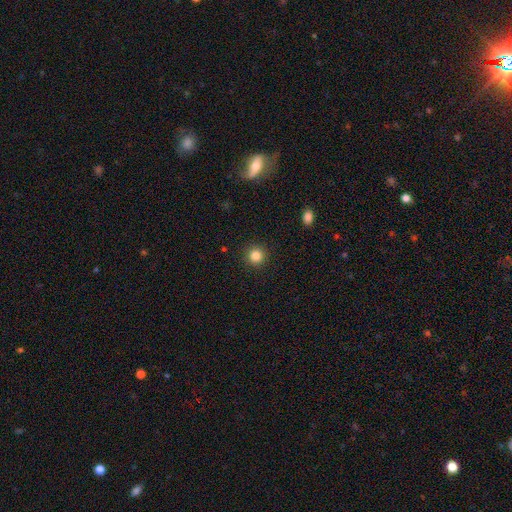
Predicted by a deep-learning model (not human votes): A smooth galaxy with no disk features (83%) that is round (95%).

Vote fractions:
- Smooth or featured? smooth: 83% / star or artifact: 12% / featured or disk: 5%
- How rounded? round: 95% / in between: 4% / cigar-shaped: 1%
- Merging? none: 93% / minor disturbance: 5% / major disturbance: 2% / merger: 1%